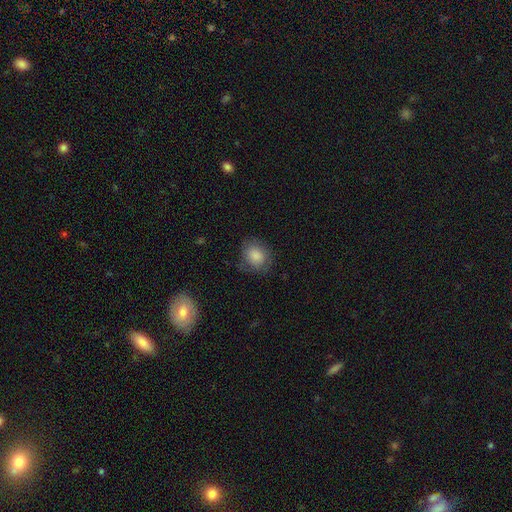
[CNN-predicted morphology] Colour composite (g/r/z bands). It shows a smooth galaxy with no disk features (84%) that is round (59%). Merging: none (69%).